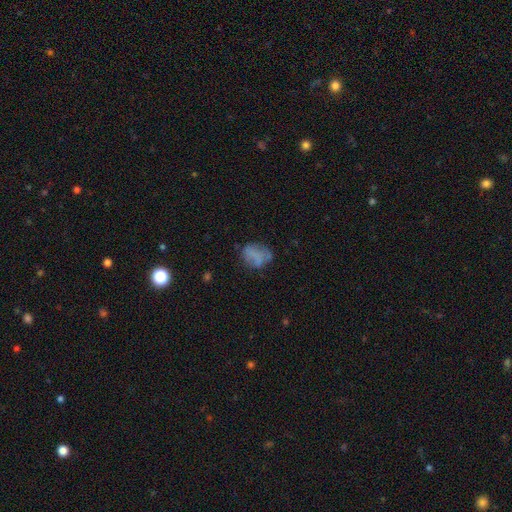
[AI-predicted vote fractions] Q: Smooth or featured?
A: smooth (63%); runner-up: featured or disk (25%)
Q: How rounded?
A: in between (67%); runner-up: round (31%)
Q: Merging?
A: none (52%); runner-up: minor disturbance (27%)